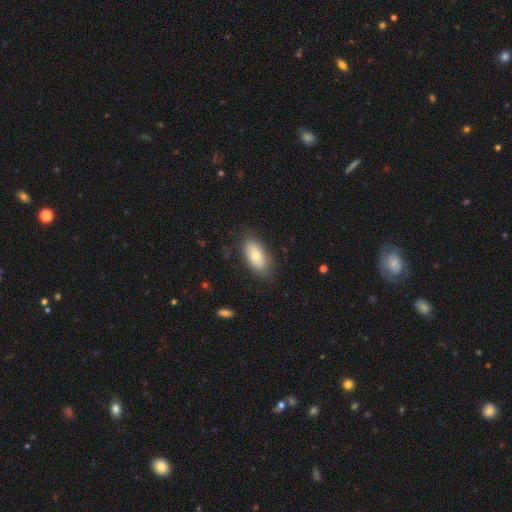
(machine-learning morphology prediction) Smooth or featured: smooth — 76% (featured or disk — 17%)
How rounded: in between — 92% (cigar-shaped — 4%)
Merging: none — 81% (minor disturbance — 14%)